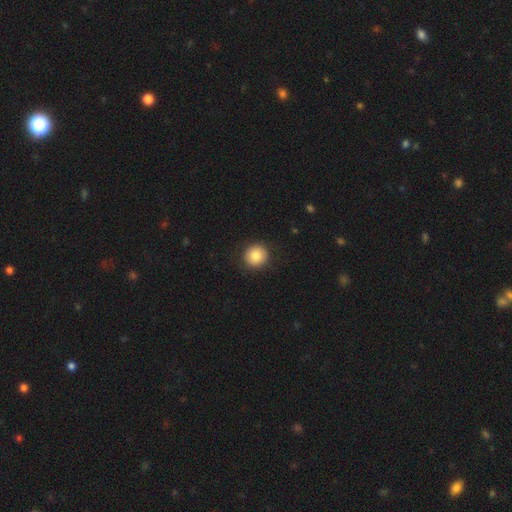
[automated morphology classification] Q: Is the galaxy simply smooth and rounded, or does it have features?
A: smooth — 83%.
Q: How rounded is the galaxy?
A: round — 92%.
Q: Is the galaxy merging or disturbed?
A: none — 90%.